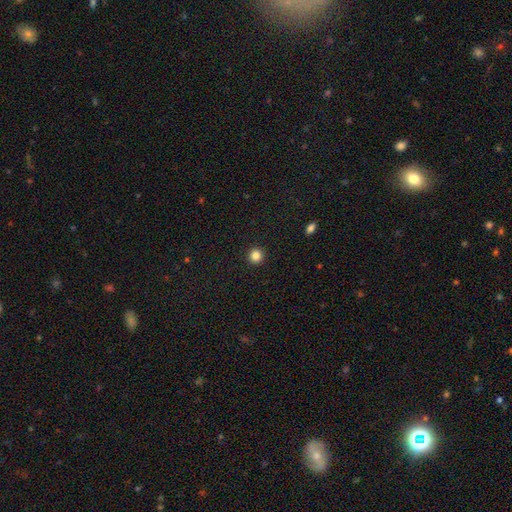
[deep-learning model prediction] A smooth galaxy with no disk features (85%) that is round (95%). Merging: none (94%).